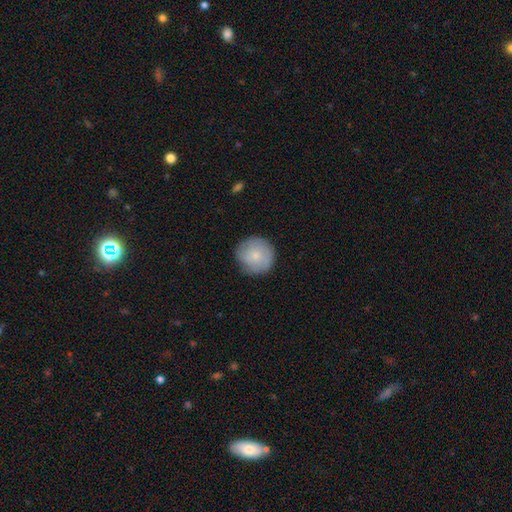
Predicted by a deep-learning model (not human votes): Overall: smooth (70%). How rounded: round (94%). Merging: none (82%).